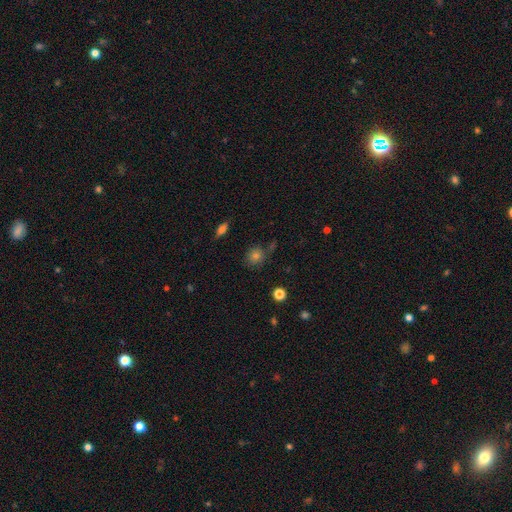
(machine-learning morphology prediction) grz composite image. It shows a smooth galaxy with no disk features (74%) that is round (83%). Merging: none (76%).